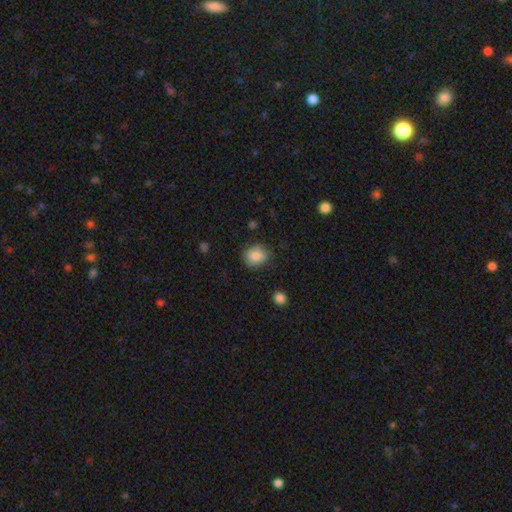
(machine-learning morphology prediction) This appears to be a smooth galaxy with no disk features (83%) that is round (69%). Merging: none (78%).